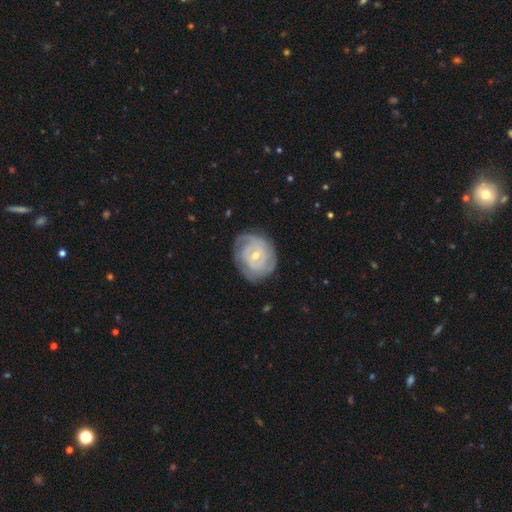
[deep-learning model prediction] A featured or disk galaxy (82%) with no bar (62%), tight (73%) spiral arms (92%) and a small central bulge (50%). Merging: none (75%).